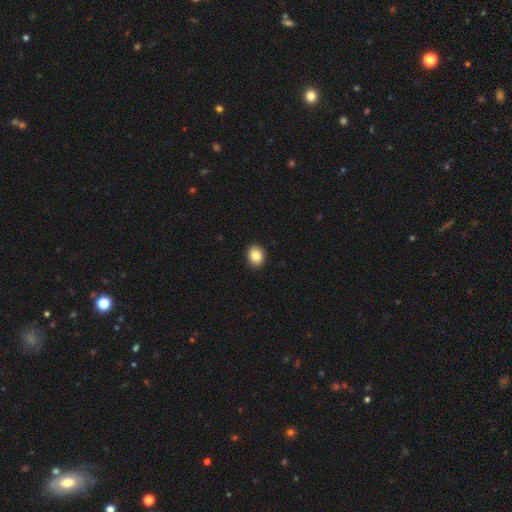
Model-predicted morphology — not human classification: This is clearly a smooth galaxy (85%). How rounded: possibly round (57%). Merging: clearly none (92%).